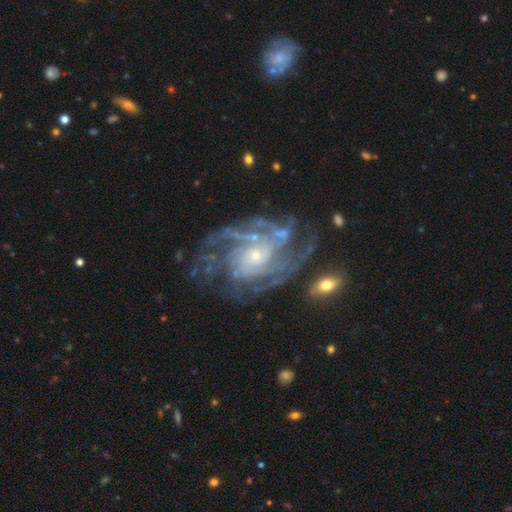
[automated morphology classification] This is clearly a featured or disk galaxy (90%). It is clearly not viewed edge-on (97%). Bar: likely no (71%). Spiral arm pattern: clearly yes (96%). Spiral arm count: marginally can't tell (25%). Spiral winding: possibly tight (56%). Central bulge: likely small (68%). Merging: likely none (63%).